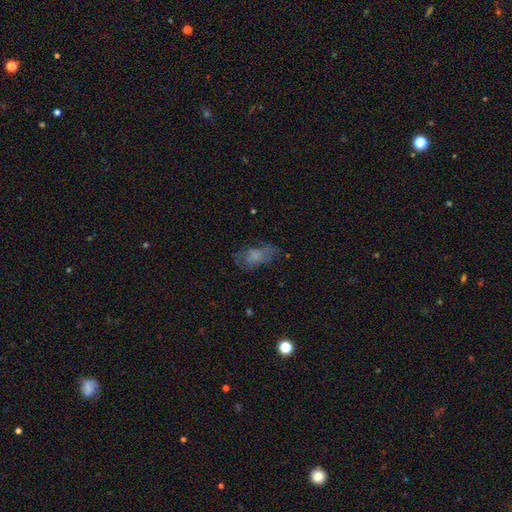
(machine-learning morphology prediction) Overall: smooth (58%; featured or disk 30%). How rounded: in between (84%). Merging: none (55%; minor disturbance 24%).